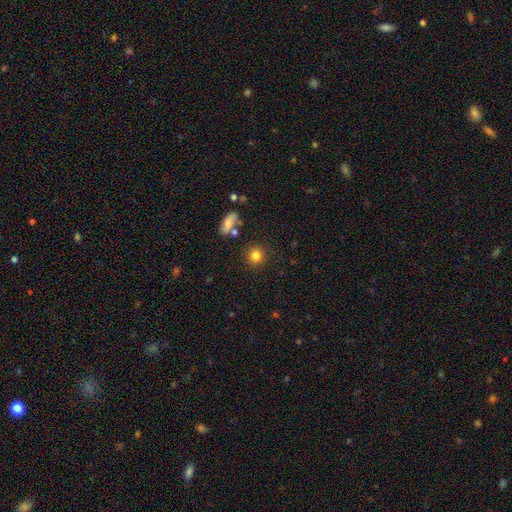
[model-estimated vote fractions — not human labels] smooth_or_featured: smooth (p=0.82) [alt: star or artifact p=0.11]
how_rounded: round (p=0.87) [alt: in between p=0.12]
merging: none (p=0.84) [alt: minor disturbance p=0.09]